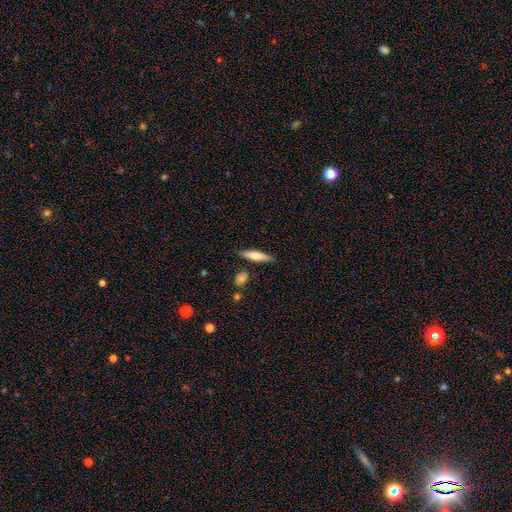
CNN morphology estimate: smooth_or_featured: smooth (p=0.57) [alt: featured or disk p=0.37]
how_rounded: cigar-shaped (p=0.81) [alt: in between p=0.17]
merging: none (p=0.84) [alt: minor disturbance p=0.10]